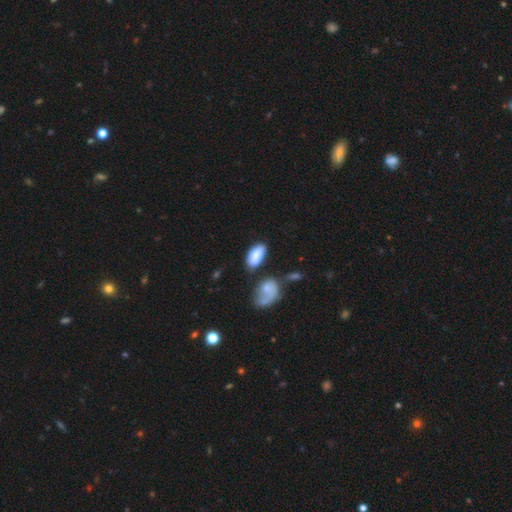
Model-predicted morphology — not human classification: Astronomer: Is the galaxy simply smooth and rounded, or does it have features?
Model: smooth — 81%.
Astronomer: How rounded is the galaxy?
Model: in between — 92%.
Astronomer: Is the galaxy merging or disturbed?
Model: none — 56%.